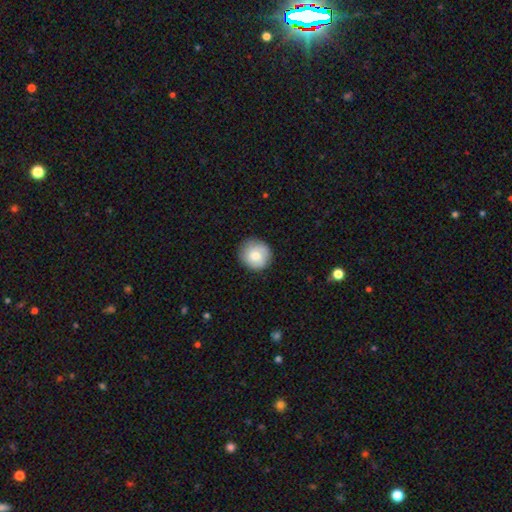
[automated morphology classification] smooth-or-featured: smooth: 81% | featured or disk: 12% | star or artifact: 7%
  how-rounded: round: 93% | in between: 6% | cigar-shaped: 1%
  merging: none: 88% | minor disturbance: 9% | major disturbance: 2% | merger: 1%